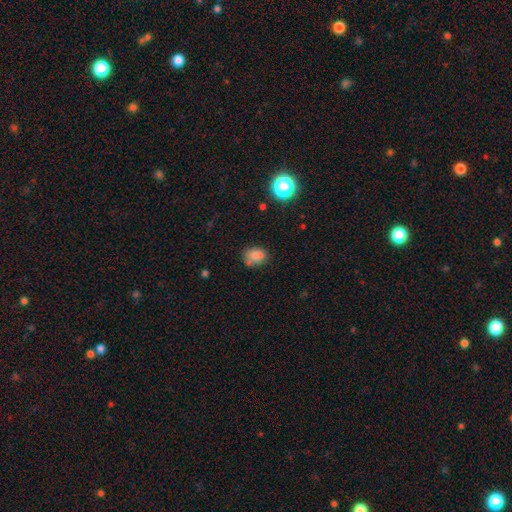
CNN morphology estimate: Smooth or featured? smooth (76%)
How rounded? in between (58%)
Merging? none (60%)